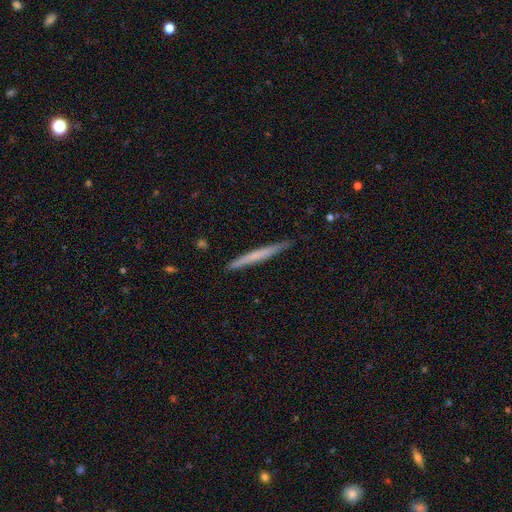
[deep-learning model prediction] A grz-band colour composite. It shows a smooth galaxy with no disk features (55%) that is cigar-shaped (97%). Merging: none (90%).